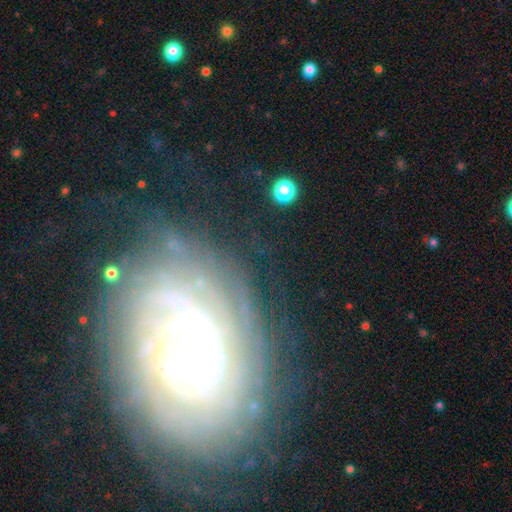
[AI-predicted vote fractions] This appears to be a featured or disk galaxy (78%) with no bar (59%), tight (79%) spiral arms (90%) and a moderate central bulge (44%). Merging: none (73%).